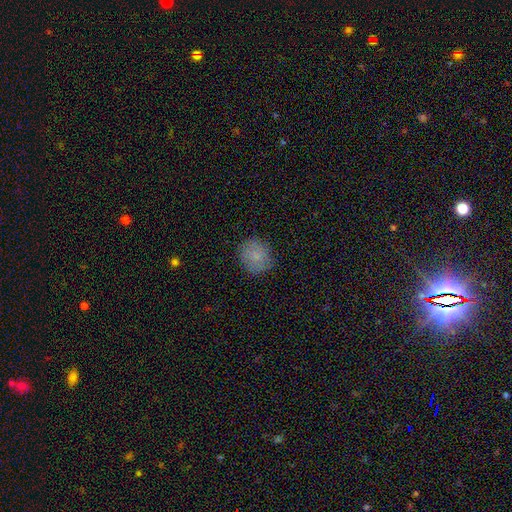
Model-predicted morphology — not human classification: smooth-or-featured: smooth: 82% | star or artifact: 10% | featured or disk: 9%
  how-rounded: round: 82% | in between: 17% | cigar-shaped: 1%
  merging: none: 85% | minor disturbance: 12% | major disturbance: 3% | merger: 1%